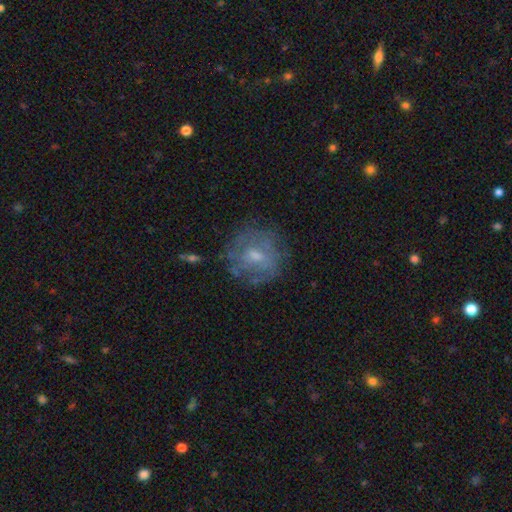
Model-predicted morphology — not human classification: Q: Smooth or featured?
A: featured or disk (50%); runner-up: smooth (37%)
Q: Edge-on disk?
A: no (96%); runner-up: yes (4%)
Q: Merging?
A: none (72%); runner-up: minor disturbance (17%)